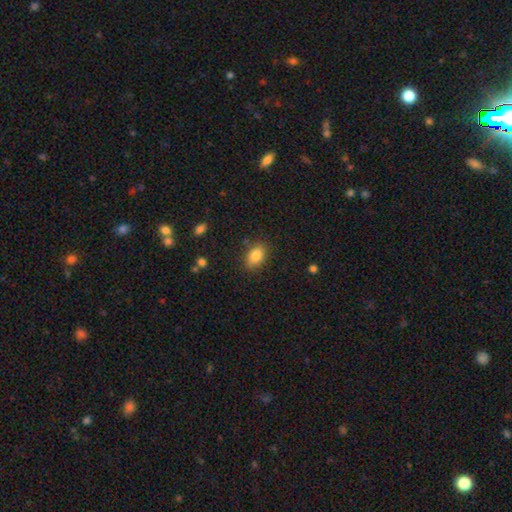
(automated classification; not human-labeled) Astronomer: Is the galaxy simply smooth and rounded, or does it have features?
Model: smooth — 82%.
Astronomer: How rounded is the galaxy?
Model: in between — 85%.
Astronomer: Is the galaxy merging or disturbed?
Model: none — 84%.